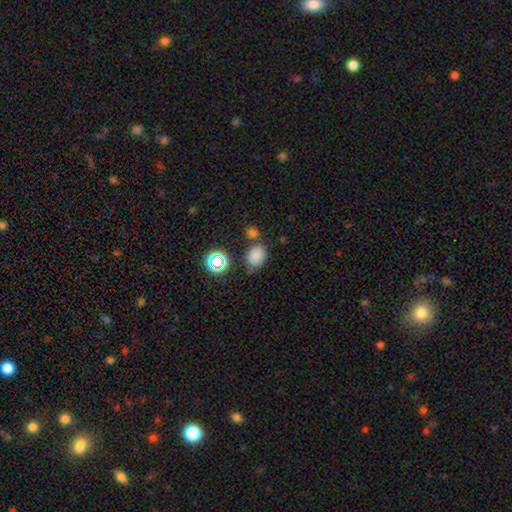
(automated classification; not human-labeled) This is likely a smooth galaxy (79%). How rounded: likely in between (64%). Merging: likely none (68%).